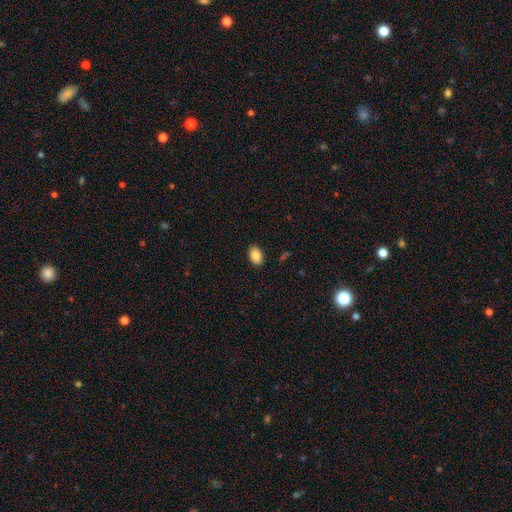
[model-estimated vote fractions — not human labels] Smooth or featured? smooth (87%)
How rounded? in between (89%)
Merging? none (89%)